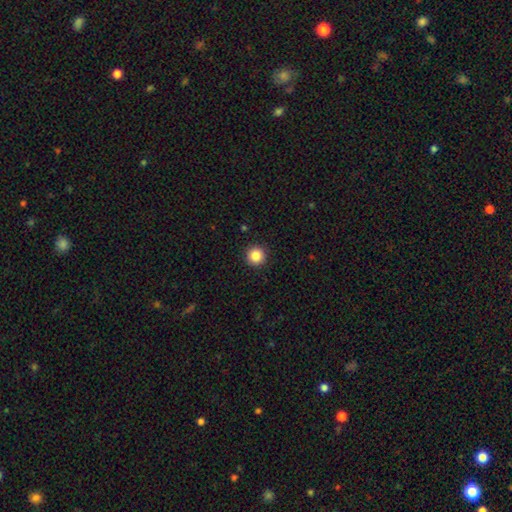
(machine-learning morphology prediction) A smooth galaxy with no disk features (86%) that is round (96%). Merging: none (93%).